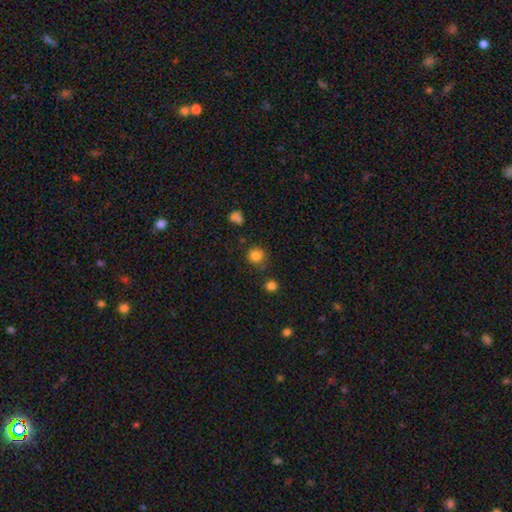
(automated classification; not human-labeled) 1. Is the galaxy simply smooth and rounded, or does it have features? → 82% smooth, 13% star or artifact, 5% featured or disk.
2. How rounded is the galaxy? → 91% round, 8% in between, 1% cigar-shaped.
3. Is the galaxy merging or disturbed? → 78% none, 12% minor disturbance, 6% merger, 4% major disturbance.